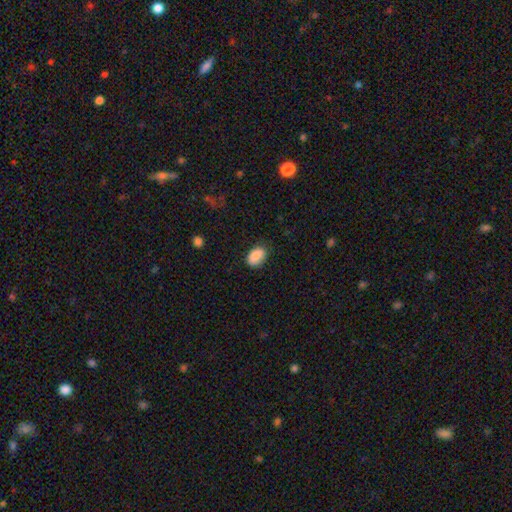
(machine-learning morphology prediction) smooth_or_featured: smooth (p=0.88) [alt: star or artifact p=0.07]
how_rounded: in between (p=0.85) [alt: round p=0.13]
merging: none (p=0.72) [alt: minor disturbance p=0.22]